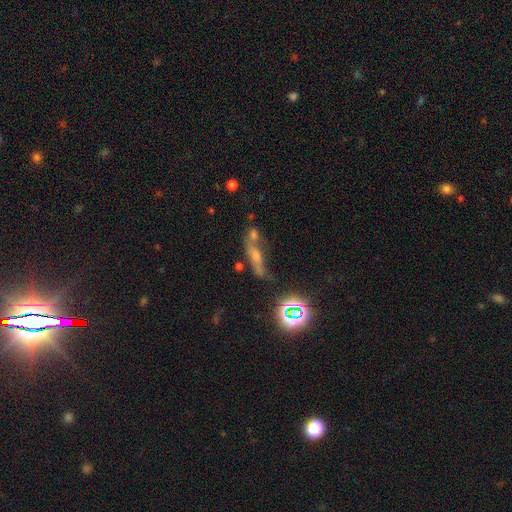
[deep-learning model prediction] Smooth or featured?
  - featured or disk: 35% *
  - star or artifact: 33%
  - smooth: 32%
Merging?
  - none: 47% *
  - merger: 24%
  - minor disturbance: 17%
  - major disturbance: 12%